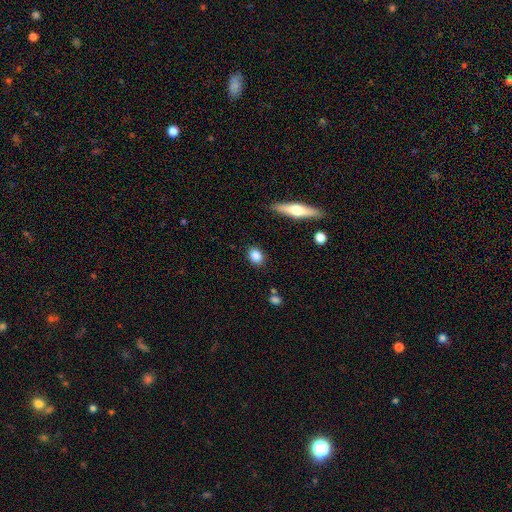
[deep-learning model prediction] A smooth galaxy with no disk features (84%) that is in between round and cigar-shaped (56%). Merging: none (87%).